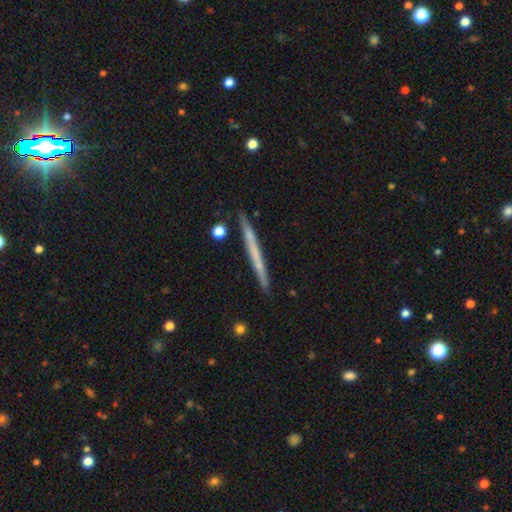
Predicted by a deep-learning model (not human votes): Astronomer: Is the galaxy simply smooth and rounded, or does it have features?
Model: smooth — 48% (runner-up: featured or disk, 46%).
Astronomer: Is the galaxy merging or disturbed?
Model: none — 90%.